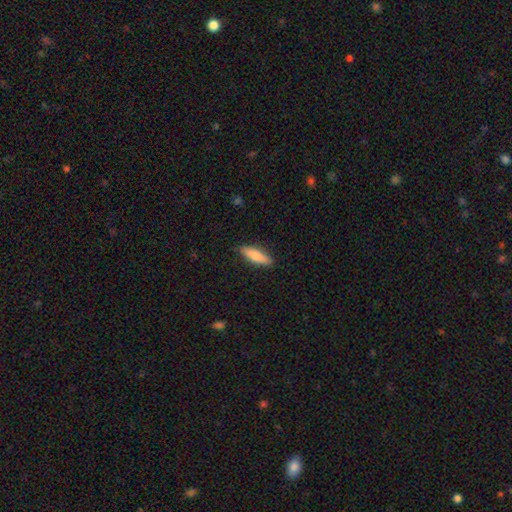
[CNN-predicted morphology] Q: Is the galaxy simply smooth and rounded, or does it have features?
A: smooth — 78%.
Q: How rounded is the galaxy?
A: cigar-shaped — 60%.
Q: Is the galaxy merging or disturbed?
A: none — 87%.